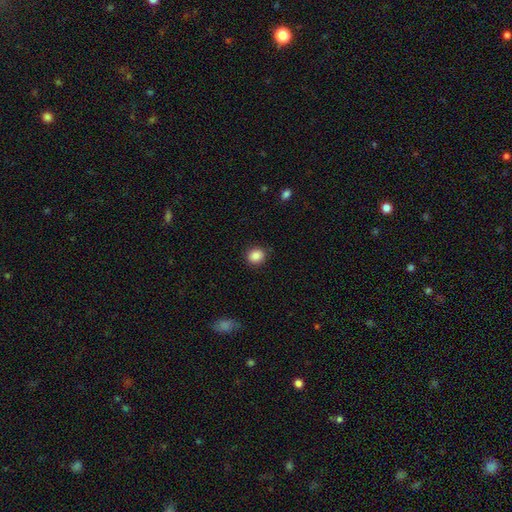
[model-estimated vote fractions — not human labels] The model was most divided on "how rounded": round: 82%, in between: 17%, cigar-shaped: 1%. More confident: merging — none (89%); smooth or featured — smooth (87%).